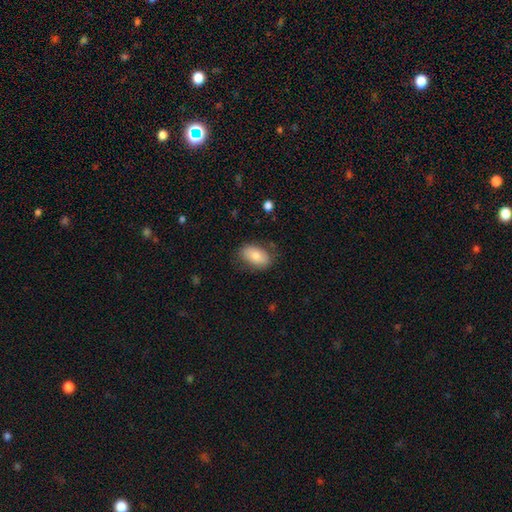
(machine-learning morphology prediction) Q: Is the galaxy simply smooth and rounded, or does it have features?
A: smooth — 80%.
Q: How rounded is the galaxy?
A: in between — 92%.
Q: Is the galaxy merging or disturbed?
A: none — 75%.